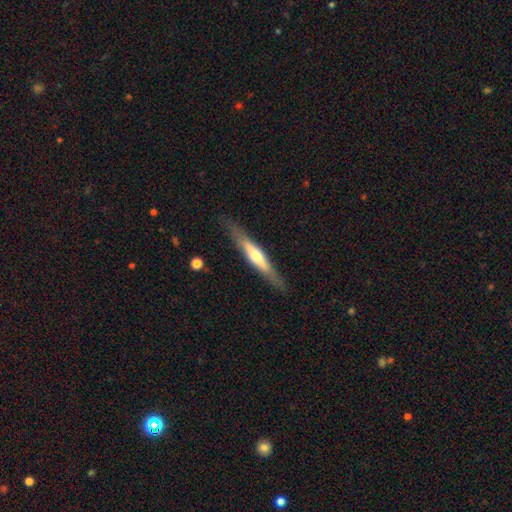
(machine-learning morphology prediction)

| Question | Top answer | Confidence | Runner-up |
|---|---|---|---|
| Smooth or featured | featured or disk | 57% | smooth (38%) |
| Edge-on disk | yes | 92% | no (8%) |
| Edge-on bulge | rounded | 78% | none (14%) |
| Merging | none | 84% | minor disturbance (11%) |